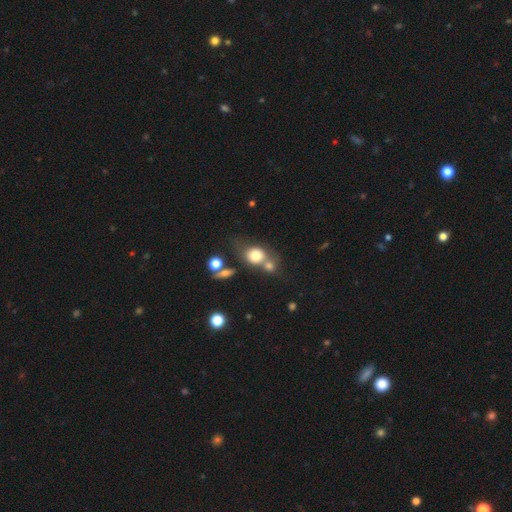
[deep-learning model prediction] smooth 74%, featured or disk 14%, star or artifact 11%. Down the decision tree: how rounded — round (63%); merging — none (40%, tied with merger).